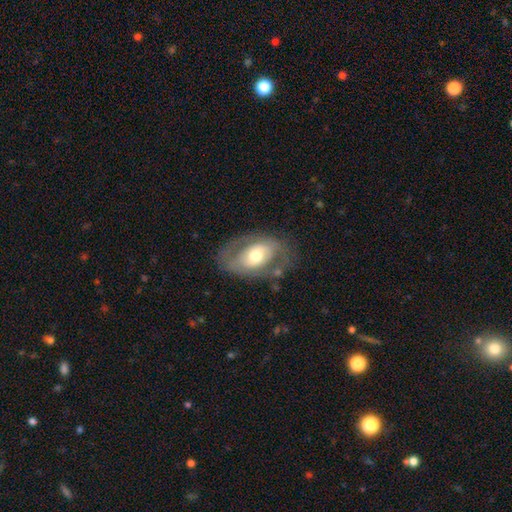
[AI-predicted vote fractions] This appears to be a featured or disk galaxy (53%). Merging: none (68%).